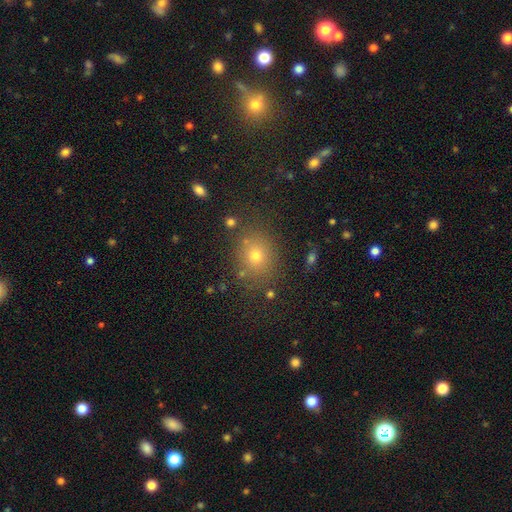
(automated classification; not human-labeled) smooth 69%, star or artifact 20%, featured or disk 11%. Down the decision tree: how rounded — round (66%); merging — none (82%).